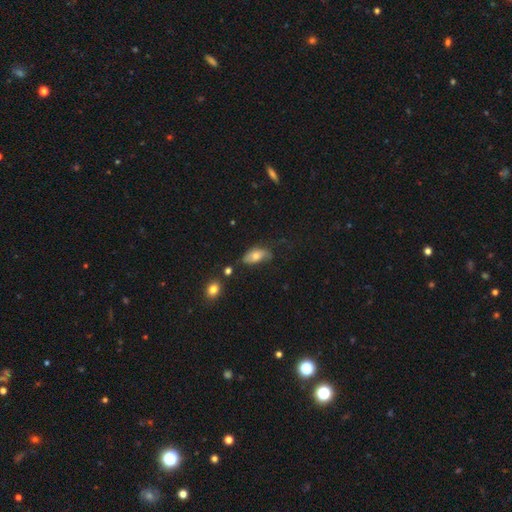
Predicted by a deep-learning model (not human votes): Overall: smooth (68%). How rounded: in between (88%). Merging: none (52%; minor disturbance 32%).